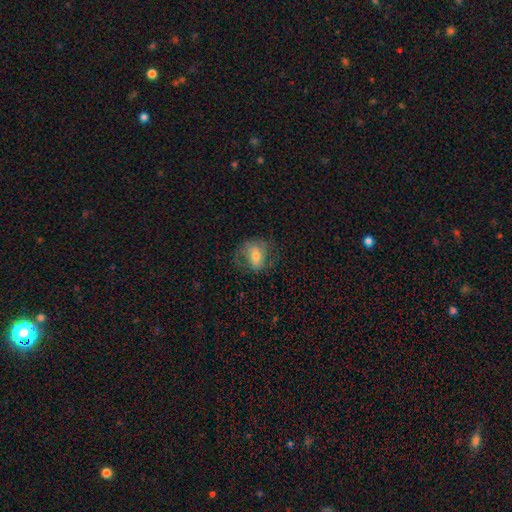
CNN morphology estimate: A featured or disk galaxy (46%). Merging: none (60%).